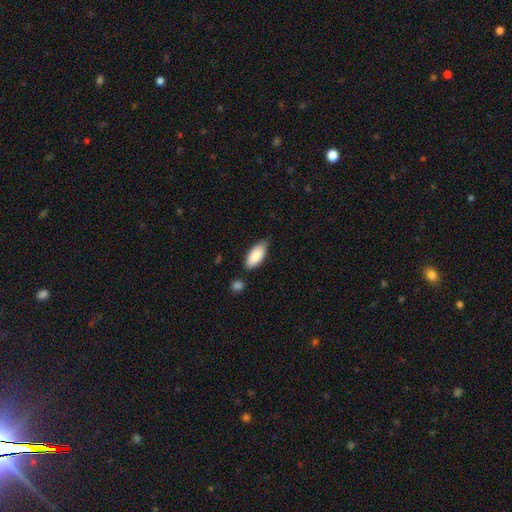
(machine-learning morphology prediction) Overall: smooth (86%). How rounded: in between (88%). Merging: none (73%).